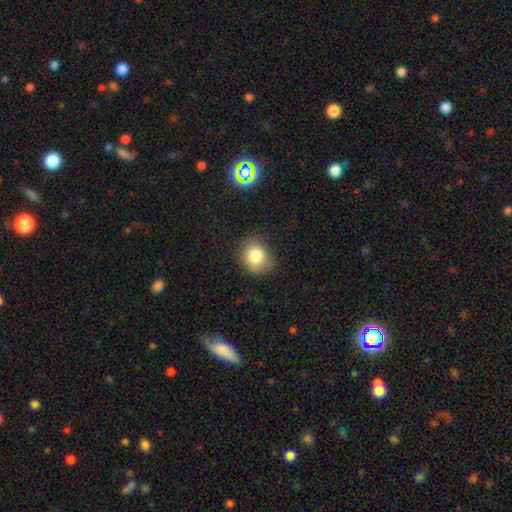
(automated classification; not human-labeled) The model was most divided on "how rounded": round: 62%, in between: 37%, cigar-shaped: 1%. More confident: smooth or featured — smooth (80%); merging — none (68%).